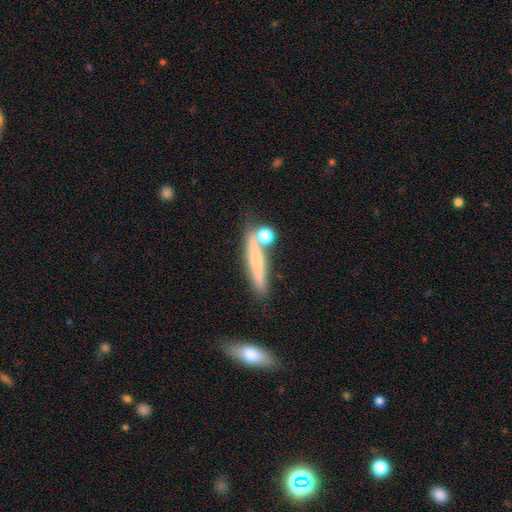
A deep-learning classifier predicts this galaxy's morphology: Q: Smooth or featured?
A: smooth (53%); runner-up: featured or disk (37%)
Q: How rounded?
A: cigar-shaped (79%); runner-up: in between (13%)
Q: Merging?
A: none (67%); runner-up: minor disturbance (15%)